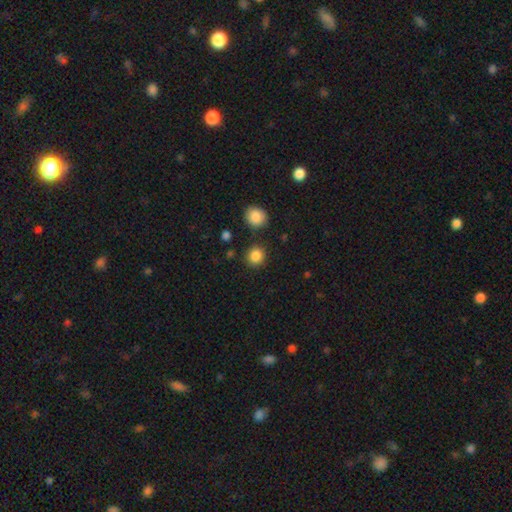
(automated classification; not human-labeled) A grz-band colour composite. It shows a smooth galaxy with no disk features (87%) that is round (89%). Merging: none (85%).